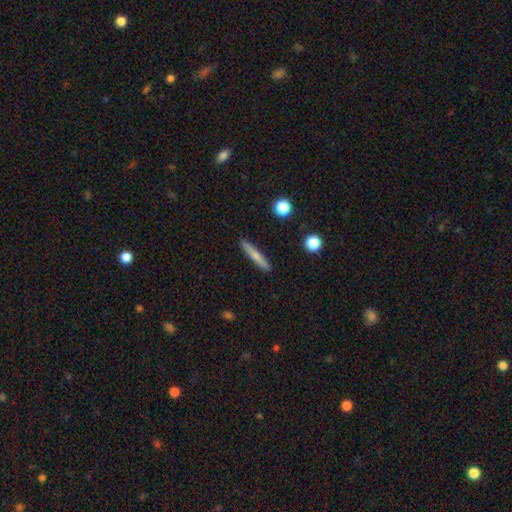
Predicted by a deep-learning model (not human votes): Q: Smooth or featured?
A: smooth (64%); runner-up: featured or disk (29%)
Q: How rounded?
A: cigar-shaped (93%); runner-up: in between (5%)
Q: Merging?
A: none (90%); runner-up: minor disturbance (7%)